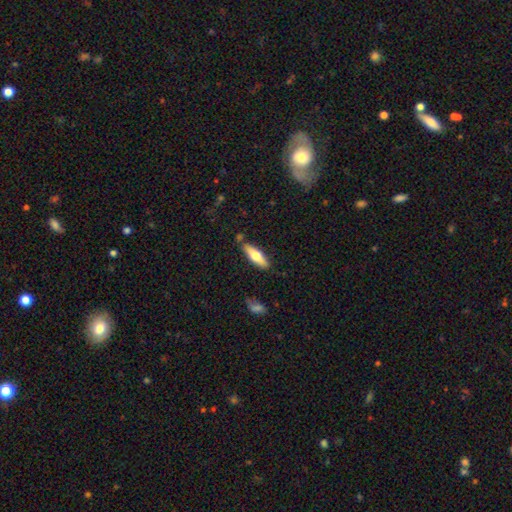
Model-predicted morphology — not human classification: Q: Smooth or featured?
A: smooth (62%); runner-up: featured or disk (33%)
Q: How rounded?
A: cigar-shaped (53%); runner-up: in between (45%)
Q: Merging?
A: none (82%); runner-up: minor disturbance (12%)